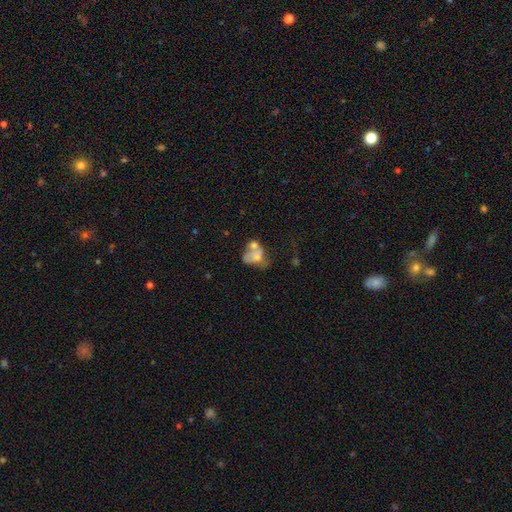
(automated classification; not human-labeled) Smooth or featured: smooth — 52% (featured or disk — 37%)
How rounded: in between — 68% (round — 30%)
Merging: merger — 48% (major disturbance — 21%)